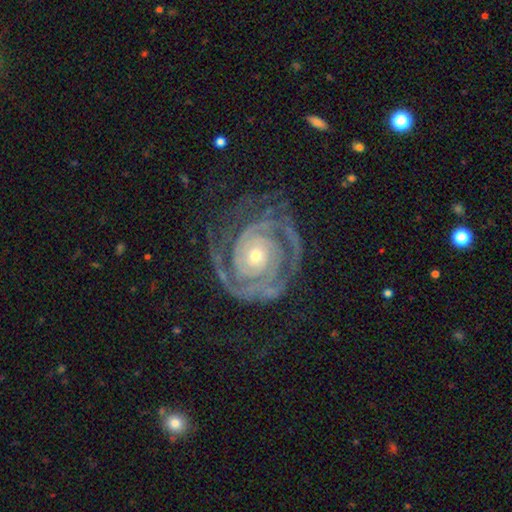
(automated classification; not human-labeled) Q: Smooth or featured?
A: featured or disk (91%); runner-up: star or artifact (5%)
Q: Edge-on disk?
A: no (97%); runner-up: yes (3%)
Q: Bar?
A: no (76%); runner-up: weak (15%)
Q: Spiral arms?
A: yes (98%); runner-up: no (2%)
Q: Spiral winding?
A: tight (80%); runner-up: medium (17%)
Q: Spiral arm count?
A: 2 (56%); runner-up: 3 (16%)
Q: Bulge size?
A: small (60%); runner-up: moderate (36%)
Q: Merging?
A: none (70%); runner-up: minor disturbance (17%)